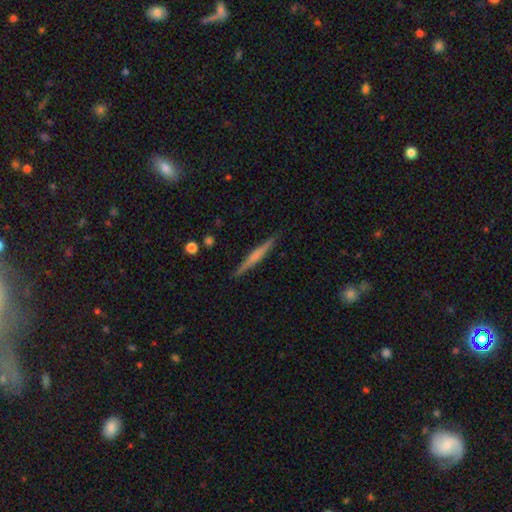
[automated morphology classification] A featured or disk galaxy (52%) viewed edge-on (97%) with no central bulge (47%).

Vote fractions:
- Smooth or featured? featured or disk: 52% / smooth: 43% / star or artifact: 6%
- Edge-on disk? yes: 97% / no: 3%
- Edge-on bulge? none: 47% / rounded: 38% / boxy: 15%
- Merging? none: 90% / minor disturbance: 7% / major disturbance: 2% / merger: 1%